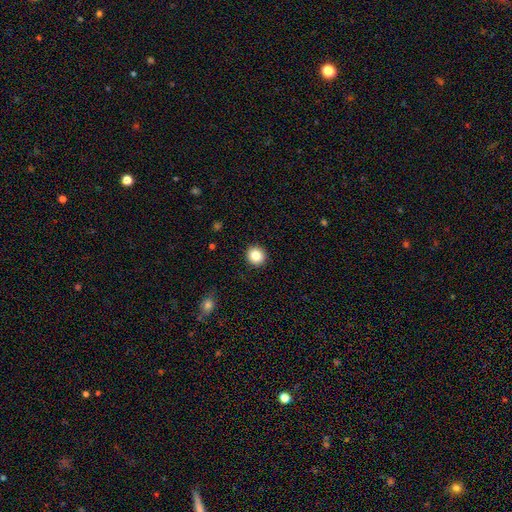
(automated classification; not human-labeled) smooth 84%, star or artifact 10%, featured or disk 6%. Down the decision tree: how rounded — round (92%); merging — none (92%).